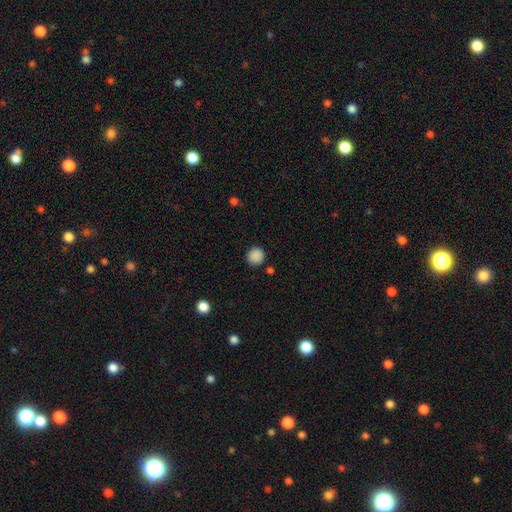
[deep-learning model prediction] A smooth galaxy with no disk features (88%) that is round (93%). Merging: none (87%).